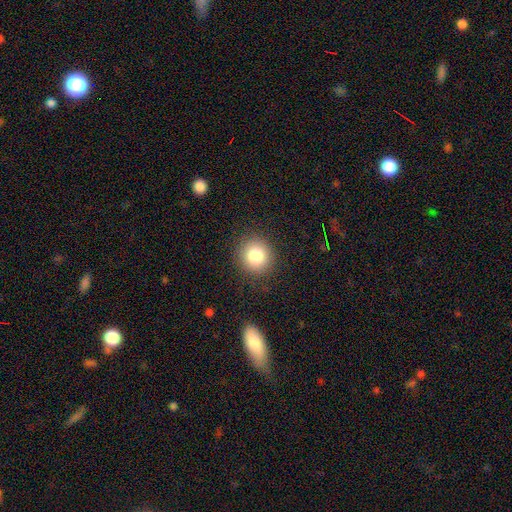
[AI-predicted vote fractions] smooth_or_featured: smooth (p=0.82) [alt: star or artifact p=0.10]
how_rounded: round (p=0.90) [alt: in between p=0.09]
merging: none (p=0.88) [alt: minor disturbance p=0.08]